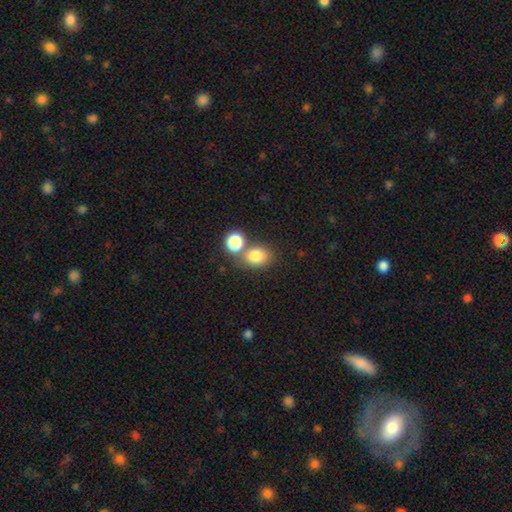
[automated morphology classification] The model was most divided on "how rounded": round: 52%, in between: 47%, cigar-shaped: 1%. More confident: smooth or featured — smooth (81%); merging — none (50%).